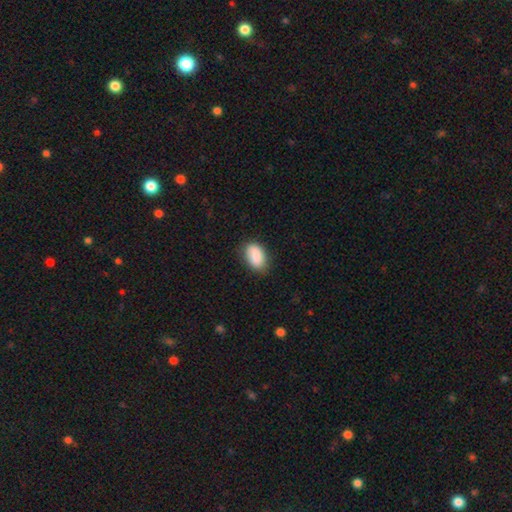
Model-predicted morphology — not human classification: smooth 87%, star or artifact 7%, featured or disk 6%. Down the decision tree: how rounded — in between (90%); merging — none (77%).